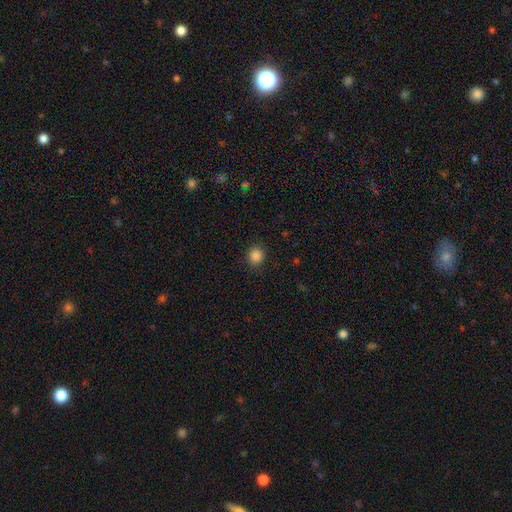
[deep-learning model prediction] A smooth galaxy with no disk features (87%) that is round (84%). Merging: none (89%).